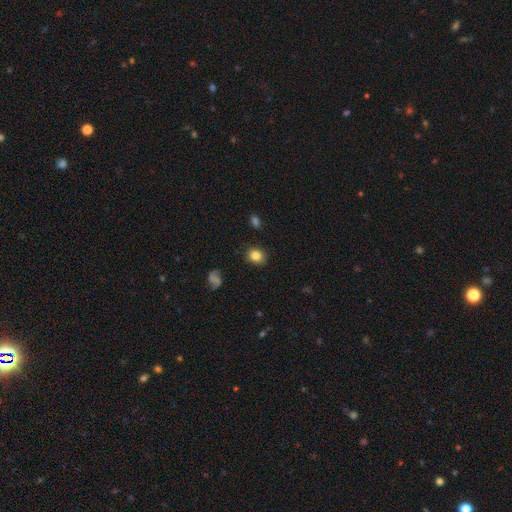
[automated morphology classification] The model was most divided on "how rounded": round: 62%, in between: 37%, cigar-shaped: 1%. More confident: merging — none (85%); smooth or featured — smooth (81%).